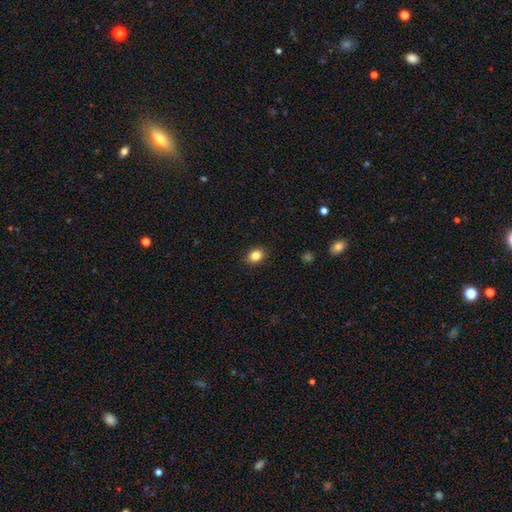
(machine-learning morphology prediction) Smooth or featured? Predicted: smooth (p=0.84). How rounded? Predicted: in between (p=0.53). Merging? Predicted: none (p=0.90).